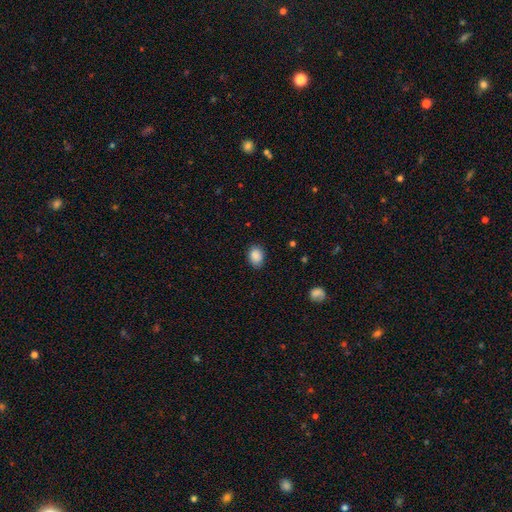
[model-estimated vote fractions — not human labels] This is clearly a smooth galaxy (88%). How rounded: possibly in between (60%). Merging: clearly none (83%).